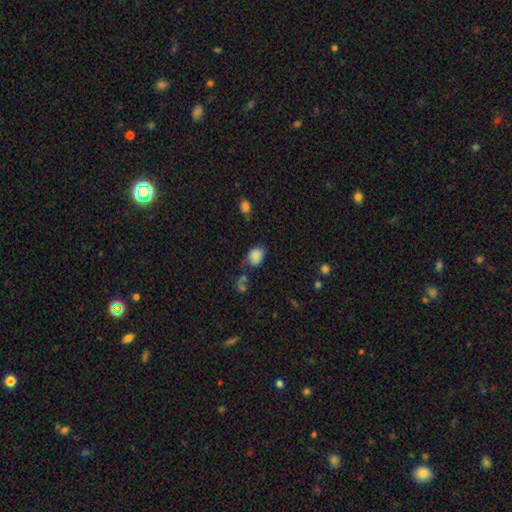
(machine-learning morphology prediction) This is clearly a smooth galaxy (82%). How rounded: likely in between (64%). Merging: possibly none (54%).